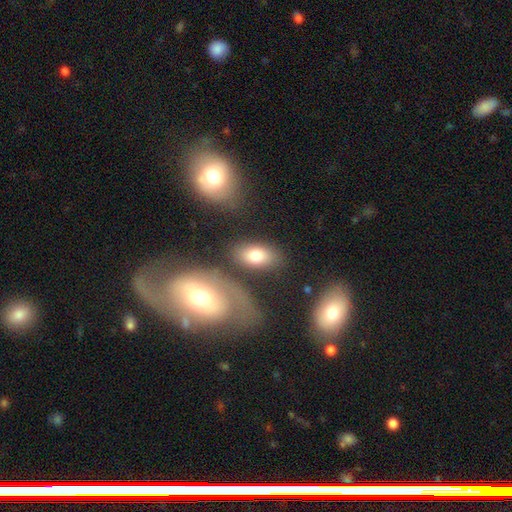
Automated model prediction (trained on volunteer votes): Smooth or featured?
  - smooth: 77% *
  - featured or disk: 15%
  - star or artifact: 8%
How rounded?
  - in between: 89% *
  - round: 7%
  - cigar-shaped: 4%
Merging?
  - none: 74% *
  - minor disturbance: 12%
  - merger: 9%
  - major disturbance: 5%